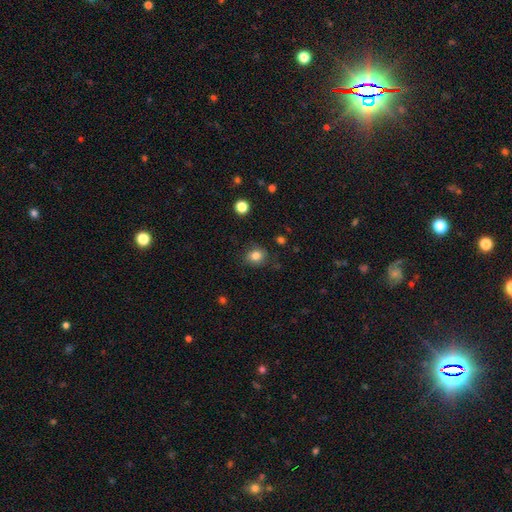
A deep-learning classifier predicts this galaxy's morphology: smooth_or_featured: smooth (p=0.83) [alt: star or artifact p=0.11]
how_rounded: round (p=0.71) [alt: in between p=0.28]
merging: none (p=0.83) [alt: minor disturbance p=0.12]